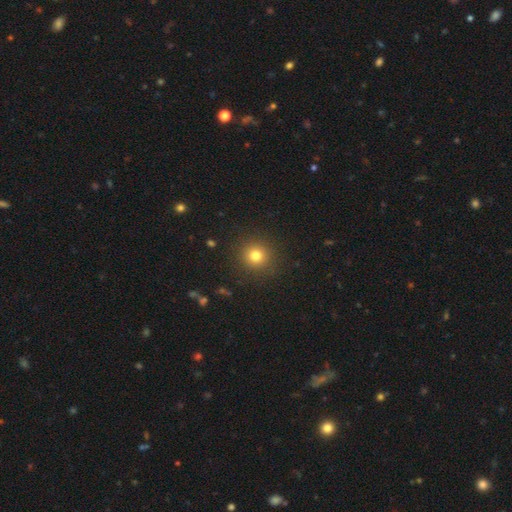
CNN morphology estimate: Smooth or featured: smooth — 78% (star or artifact — 15%)
How rounded: round — 93% (in between — 6%)
Merging: none — 90% (minor disturbance — 6%)